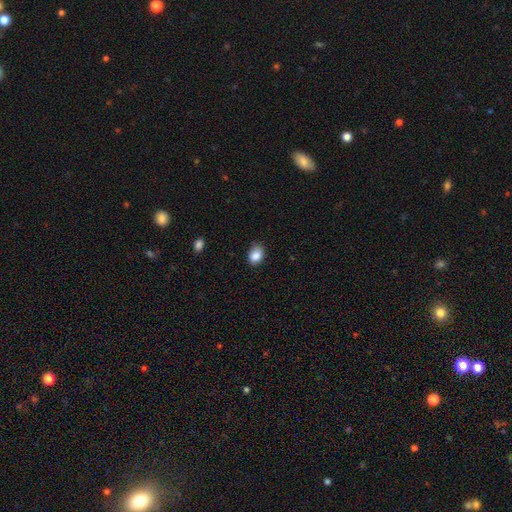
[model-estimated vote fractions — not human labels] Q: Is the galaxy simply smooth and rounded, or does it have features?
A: smooth — 87%.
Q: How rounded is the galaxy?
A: in between — 70%.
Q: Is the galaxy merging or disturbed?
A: none — 74%.